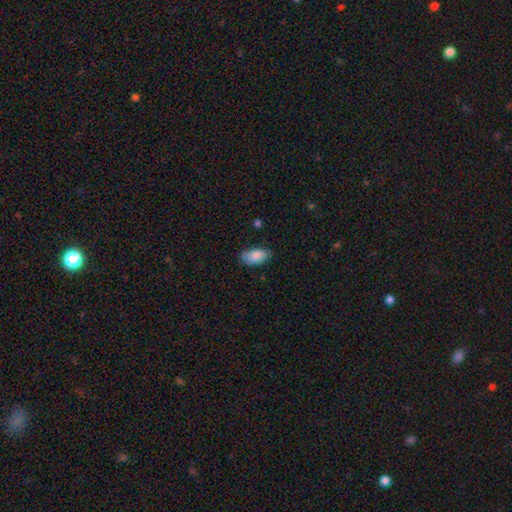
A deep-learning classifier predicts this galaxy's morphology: This is clearly a smooth galaxy (87%). How rounded: clearly in between (93%). Merging: likely none (80%).